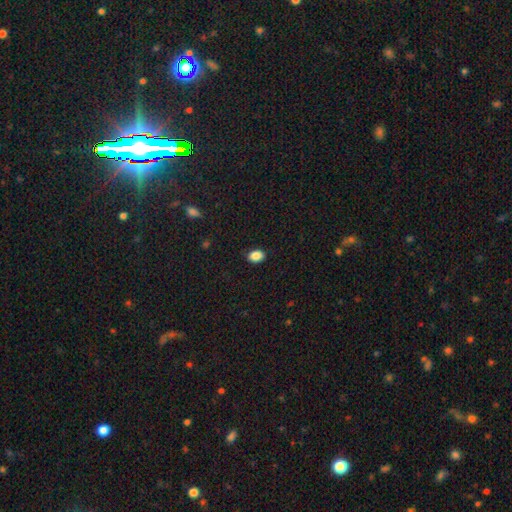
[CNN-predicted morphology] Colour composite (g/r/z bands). It shows a smooth galaxy with no disk features (88%) that is in between round and cigar-shaped (79%). Merging: none (86%).